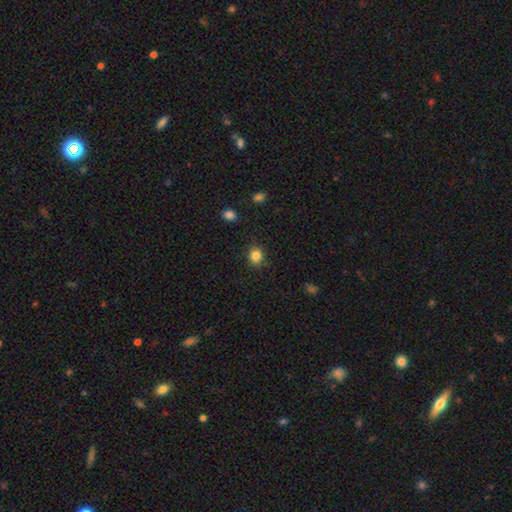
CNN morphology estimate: Smooth or featured? smooth (84%)
How rounded? round (67%)
Merging? none (85%)